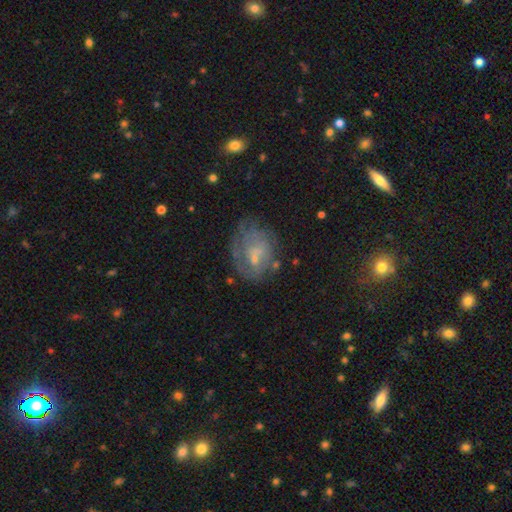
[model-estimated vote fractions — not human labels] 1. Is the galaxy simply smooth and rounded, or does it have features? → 53% featured or disk, 33% smooth, 14% star or artifact.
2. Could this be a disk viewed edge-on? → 97% no, 3% yes.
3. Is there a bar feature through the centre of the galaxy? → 66% no, 29% weak, 5% strong.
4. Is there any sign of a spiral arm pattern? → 53% yes, 47% no.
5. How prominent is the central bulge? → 56% small, 24% moderate, 17% none, 2% large, 1% dominant.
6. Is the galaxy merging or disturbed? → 51% none, 25% minor disturbance, 20% major disturbance, 4% merger.